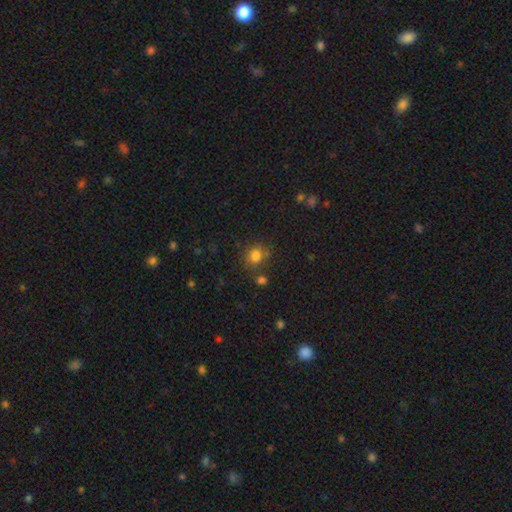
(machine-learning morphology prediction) Smooth or featured?
  - smooth: 80% *
  - star or artifact: 13%
  - featured or disk: 7%
How rounded?
  - round: 66% *
  - in between: 33%
  - cigar-shaped: 1%
Merging?
  - none: 69% *
  - minor disturbance: 15%
  - merger: 10%
  - major disturbance: 5%